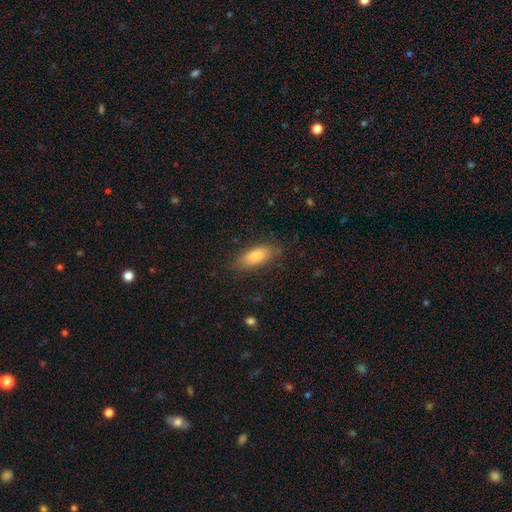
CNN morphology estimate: Overall: smooth (81%). How rounded: in between (77%). Merging: none (81%).